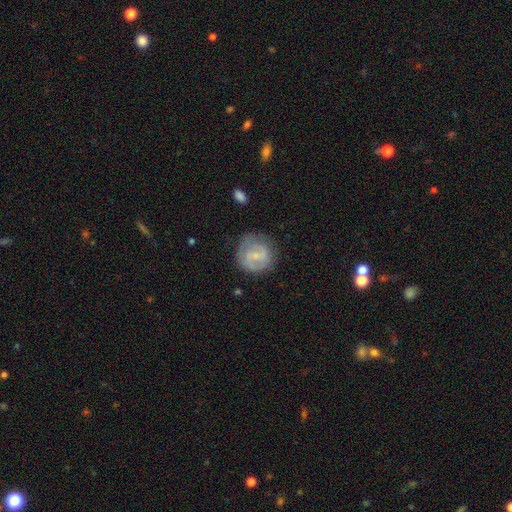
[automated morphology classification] A featured or disk galaxy (65%) with a weak bar (54%), 2 (71%) medium (43%) spiral arms (84%) and a small central bulge (62%).

Vote fractions:
- Smooth or featured? featured or disk: 65% / smooth: 29% / star or artifact: 6%
- Edge-on disk? no: 98% / yes: 2%
- Bar? weak: 54% / no: 32% / strong: 15%
- Spiral arms? yes: 84% / no: 16%
- Spiral winding? medium: 43% / tight: 39% / loose: 17%
- Spiral arm count? 2: 71% / can't tell: 17% / 1: 6% / 3: 4% / 4: 1% / more than 4: 1%
- Bulge size? small: 62% / moderate: 19% / none: 16% / large: 1% / dominant: 1%
- Merging? none: 72% / minor disturbance: 19% / major disturbance: 8% / merger: 2%